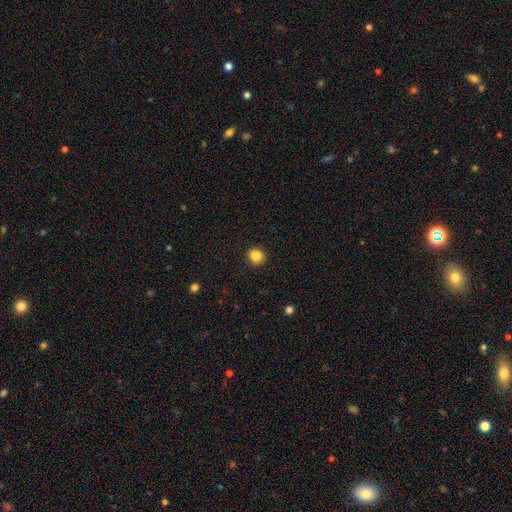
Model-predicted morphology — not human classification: smooth_or_featured: smooth (p=0.86) [alt: star or artifact p=0.11]
how_rounded: round (p=0.85) [alt: in between p=0.14]
merging: none (p=0.90) [alt: minor disturbance p=0.07]